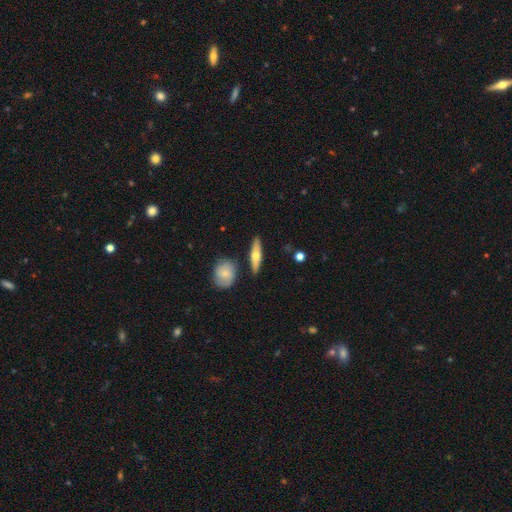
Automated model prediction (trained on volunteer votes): Smooth or featured? smooth (49%)
Merging? none (85%)